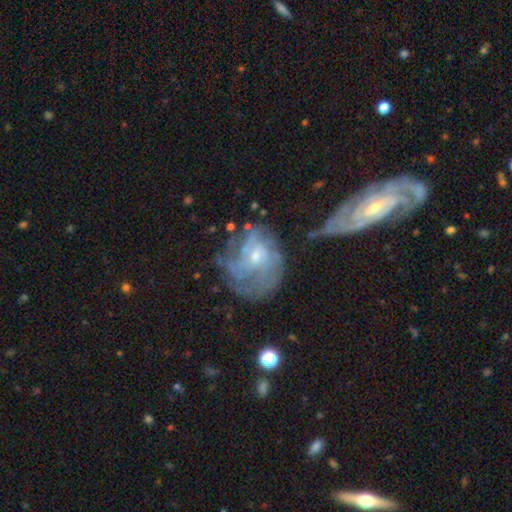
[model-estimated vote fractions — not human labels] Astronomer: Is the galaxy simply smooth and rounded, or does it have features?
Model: featured or disk — 76%.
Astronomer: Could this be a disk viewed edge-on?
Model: no — 97%.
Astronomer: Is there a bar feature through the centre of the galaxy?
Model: no — 60%.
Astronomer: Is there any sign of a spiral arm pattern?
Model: yes — 82%.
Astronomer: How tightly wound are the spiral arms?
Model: tight — 53% (runner-up: medium, 32%).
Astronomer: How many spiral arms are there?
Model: can't tell — 51%.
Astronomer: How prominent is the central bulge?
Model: small — 57% (runner-up: moderate, 35%).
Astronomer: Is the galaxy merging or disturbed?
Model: none — 45% (runner-up: major disturbance, 23%).